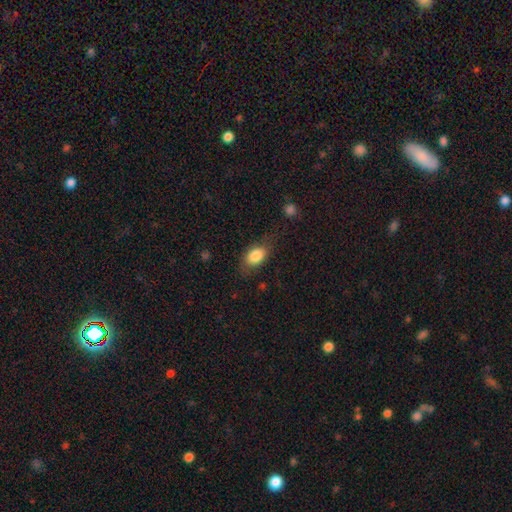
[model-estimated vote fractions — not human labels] Smooth or featured: smooth — 82% (featured or disk — 11%)
How rounded: in between — 85% (round — 12%)
Merging: none — 65% (minor disturbance — 23%)